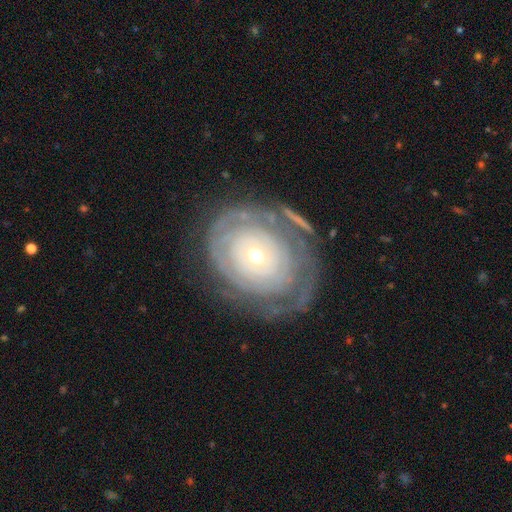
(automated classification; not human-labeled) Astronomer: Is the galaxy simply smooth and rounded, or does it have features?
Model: featured or disk — 74%.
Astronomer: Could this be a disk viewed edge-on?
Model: no — 95%.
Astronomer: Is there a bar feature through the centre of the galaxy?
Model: no — 86%.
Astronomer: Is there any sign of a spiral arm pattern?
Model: yes — 64%.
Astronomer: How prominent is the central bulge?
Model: small — 56% (runner-up: moderate, 39%).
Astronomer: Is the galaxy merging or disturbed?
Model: none — 65%.